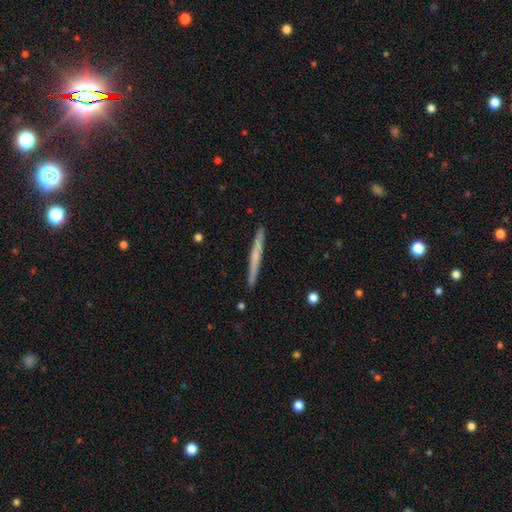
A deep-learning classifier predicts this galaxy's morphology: type=smooth (51%); roundness=cigar-shaped (97%); merging=none (92%).